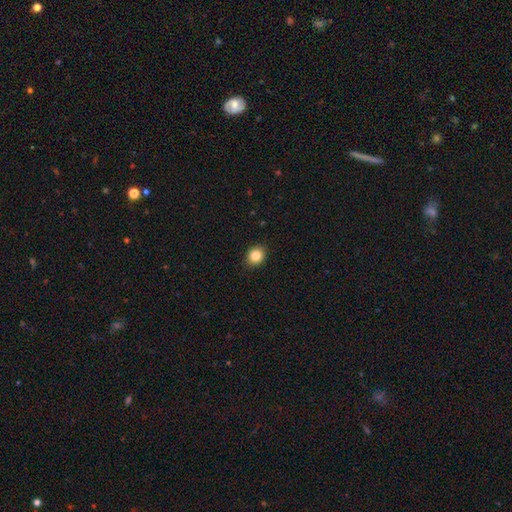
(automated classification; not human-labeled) Smooth or featured? Predicted: smooth (p=0.84). How rounded? Predicted: round (p=0.63). Merging? Predicted: none (p=0.89).